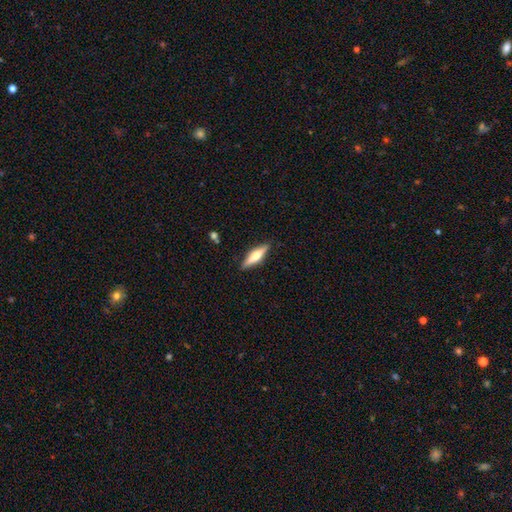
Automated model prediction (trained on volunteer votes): This appears to be a featured or disk galaxy (55%) viewed edge-on (95%) with a rounded central bulge (90%). Merging: none (89%).